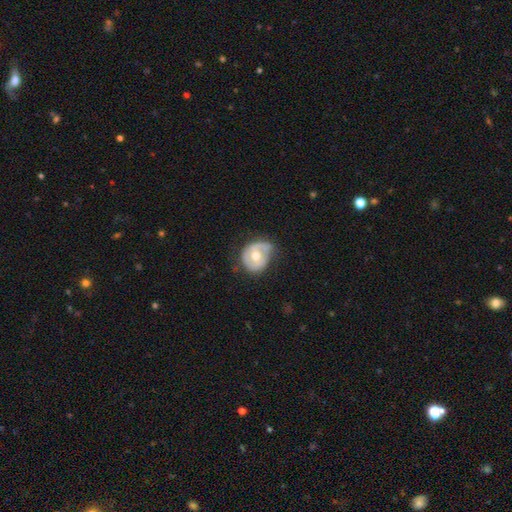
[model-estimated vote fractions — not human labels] A featured or disk galaxy (56%) with no bar (67%), no spiral arms (52%) and a moderate central bulge (77%). Merging: none (46%).